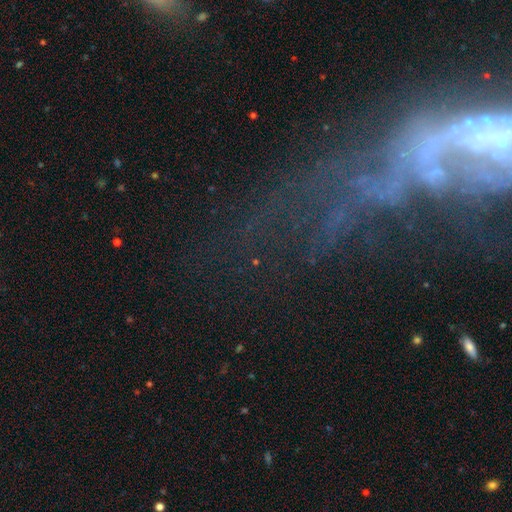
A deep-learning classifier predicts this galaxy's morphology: This is possibly a featured or disk galaxy (55%). It is likely not viewed edge-on (79%). Merging: marginally major disturbance (36%).